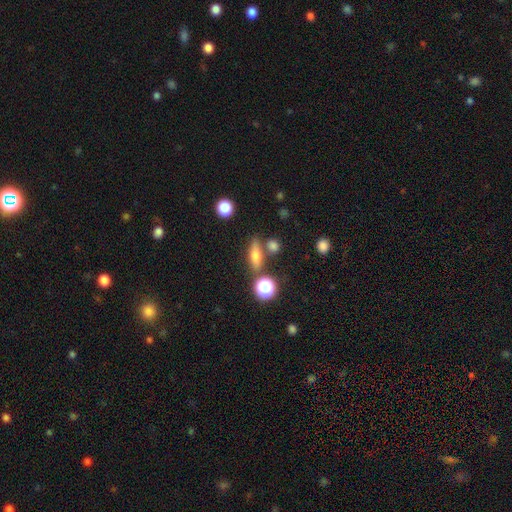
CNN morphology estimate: Q: Smooth or featured?
A: smooth (62%); runner-up: featured or disk (24%)
Q: How rounded?
A: in between (45%); runner-up: cigar-shaped (41%)
Q: Merging?
A: none (72%); runner-up: minor disturbance (12%)